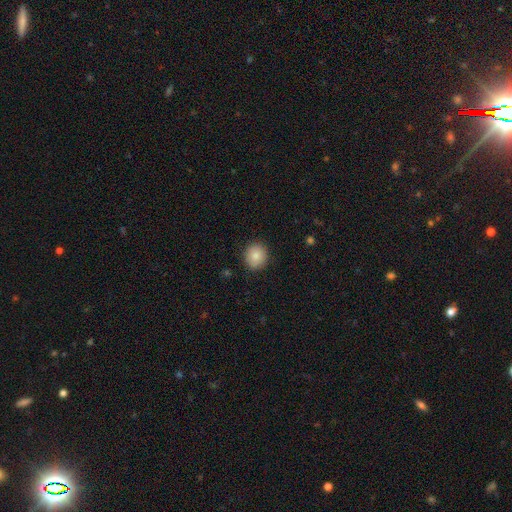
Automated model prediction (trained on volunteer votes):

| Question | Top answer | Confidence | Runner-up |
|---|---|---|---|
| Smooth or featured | smooth | 85% | star or artifact (8%) |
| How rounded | round | 83% | in between (16%) |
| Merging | none | 88% | minor disturbance (8%) |